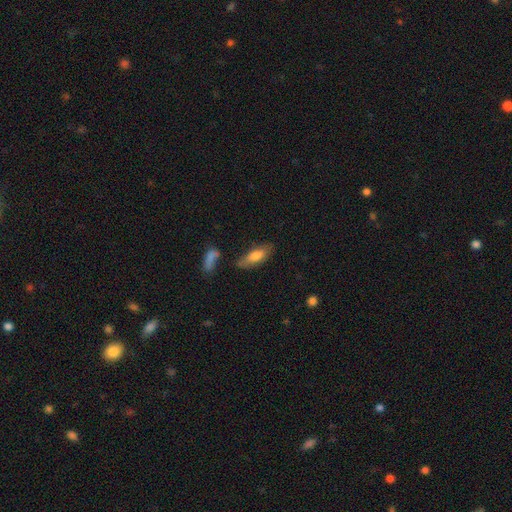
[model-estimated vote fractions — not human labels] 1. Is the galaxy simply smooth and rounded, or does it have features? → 73% smooth, 20% featured or disk, 7% star or artifact.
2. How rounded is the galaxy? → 64% in between, 33% cigar-shaped, 2% round.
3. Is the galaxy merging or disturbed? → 68% none, 19% minor disturbance, 7% merger, 6% major disturbance.